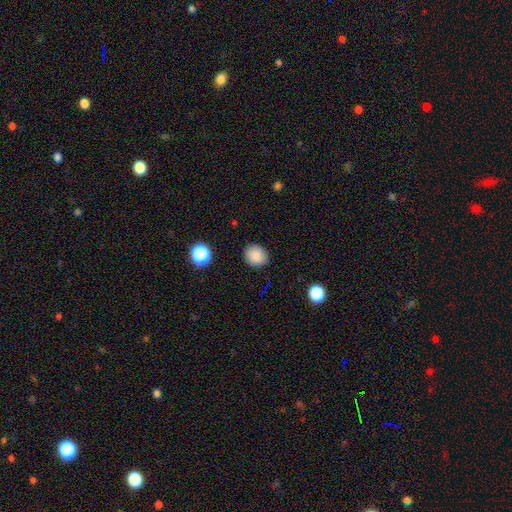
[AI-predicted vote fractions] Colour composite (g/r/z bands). It shows a smooth galaxy with no disk features (86%) that is round (71%). Merging: none (88%).